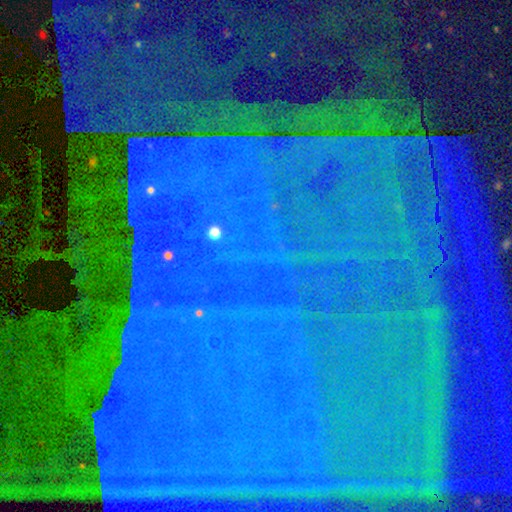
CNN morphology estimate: Q: Smooth or featured?
A: star or artifact (86%); runner-up: featured or disk (8%)